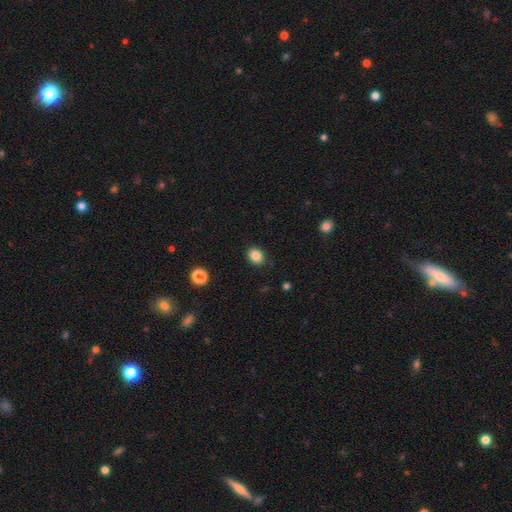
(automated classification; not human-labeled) Smooth or featured?
  - smooth: 86% *
  - star or artifact: 10%
  - featured or disk: 4%
How rounded?
  - round: 52% *
  - in between: 47%
  - cigar-shaped: 1%
Merging?
  - none: 89% *
  - minor disturbance: 7%
  - major disturbance: 2%
  - merger: 1%